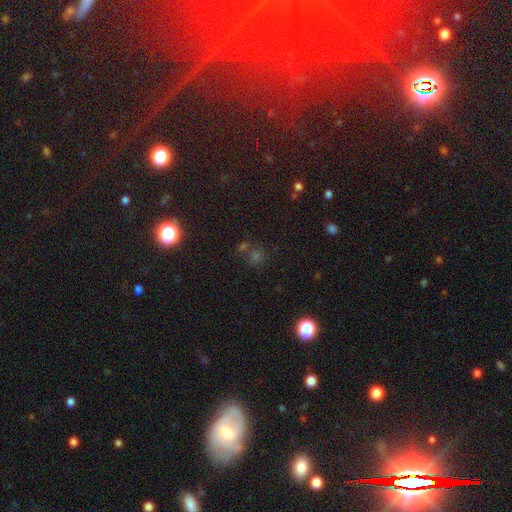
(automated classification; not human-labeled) This appears to be a star or artifact, not a galaxy (47%).